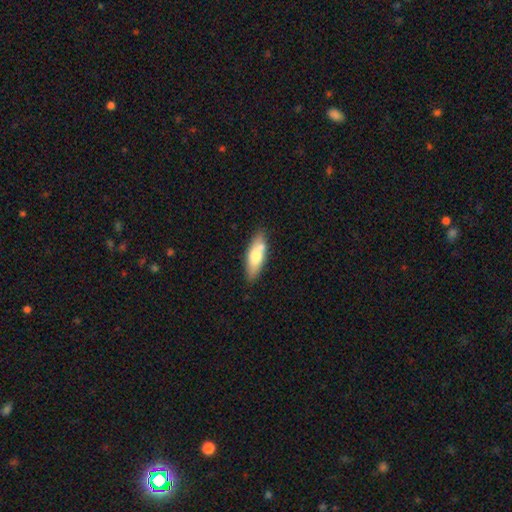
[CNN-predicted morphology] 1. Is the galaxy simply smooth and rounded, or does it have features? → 67% smooth, 27% featured or disk, 6% star or artifact.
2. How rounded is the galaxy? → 63% in between, 34% cigar-shaped, 2% round.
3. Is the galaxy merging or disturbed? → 73% none, 16% minor disturbance, 8% merger, 3% major disturbance.